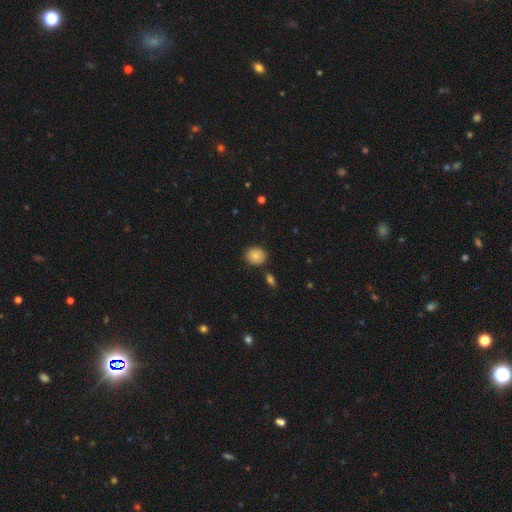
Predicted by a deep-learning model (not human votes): Smooth or featured? smooth (84%)
How rounded? round (78%)
Merging? none (85%)